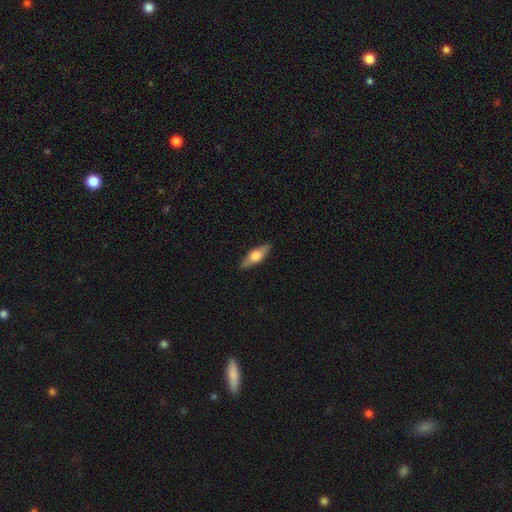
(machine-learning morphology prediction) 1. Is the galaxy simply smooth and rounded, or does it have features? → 54% smooth, 41% featured or disk, 6% star or artifact.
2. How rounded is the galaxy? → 56% in between, 41% cigar-shaped, 3% round.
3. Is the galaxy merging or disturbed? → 89% none, 9% minor disturbance, 2% major disturbance, 1% merger.